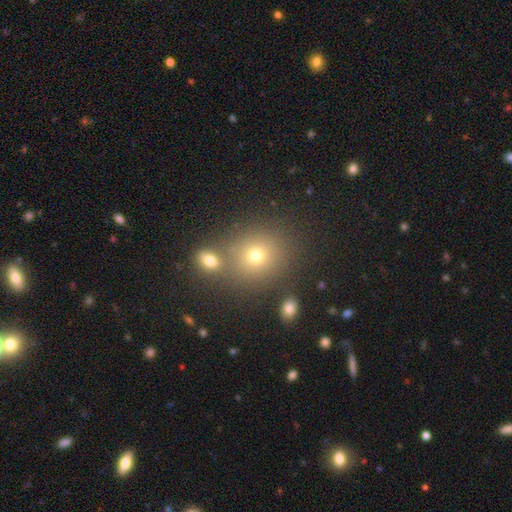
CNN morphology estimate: Smooth or featured? smooth (69%)
How rounded? round (76%)
Merging? none (68%)